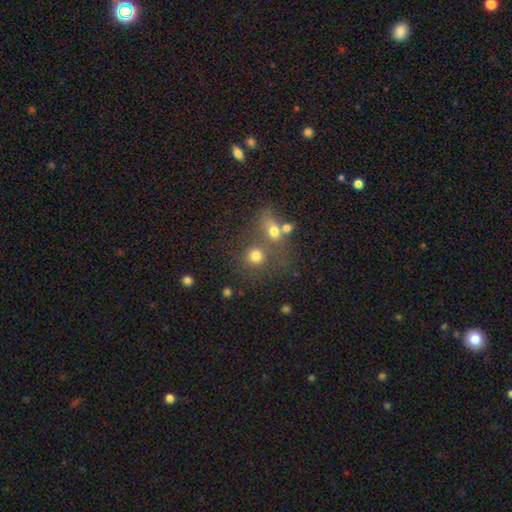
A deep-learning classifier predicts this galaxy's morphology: smooth-or-featured: smooth: 73% | star or artifact: 15% | featured or disk: 12%
  how-rounded: round: 83% | in between: 16% | cigar-shaped: 1%
  merging: none: 47% | merger: 37% | minor disturbance: 9% | major disturbance: 7%